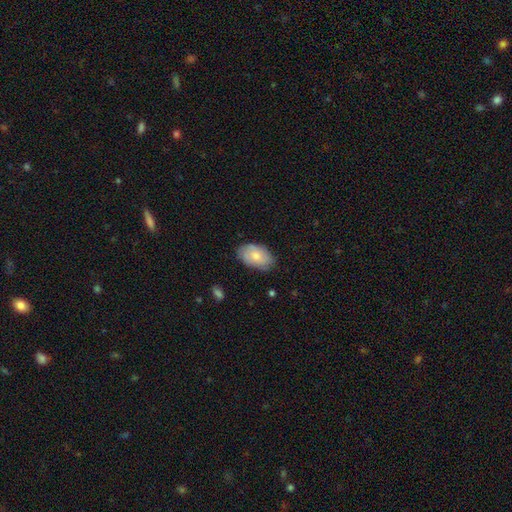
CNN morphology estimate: smooth_or_featured: smooth (p=0.73) [alt: featured or disk p=0.21]
how_rounded: in between (p=0.93) [alt: round p=0.06]
merging: none (p=0.78) [alt: minor disturbance p=0.17]